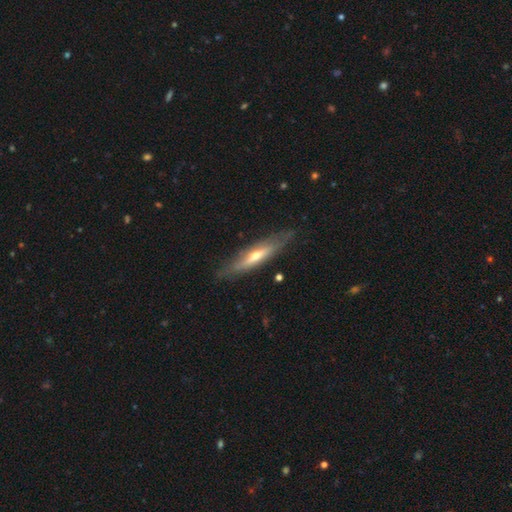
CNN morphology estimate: smooth_or_featured: featured or disk (p=0.61) [alt: smooth p=0.33]
disk_edge_on: yes (p=0.81) [alt: no p=0.19]
merging: none (p=0.79) [alt: minor disturbance p=0.16]